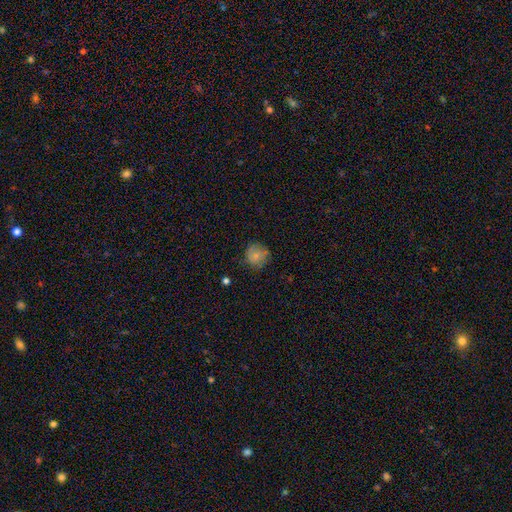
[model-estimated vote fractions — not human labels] Smooth or featured?
  - smooth: 78% *
  - featured or disk: 13%
  - star or artifact: 9%
How rounded?
  - round: 88% *
  - in between: 11%
  - cigar-shaped: 1%
Merging?
  - none: 74% *
  - minor disturbance: 19%
  - major disturbance: 5%
  - merger: 1%